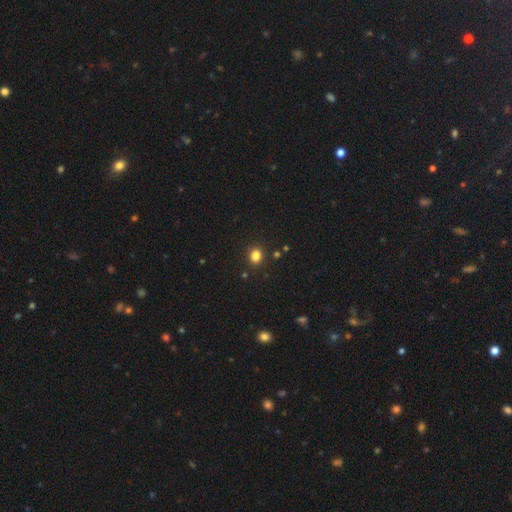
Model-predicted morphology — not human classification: This is clearly a smooth galaxy (83%). How rounded: likely round (67%). Merging: clearly none (88%).